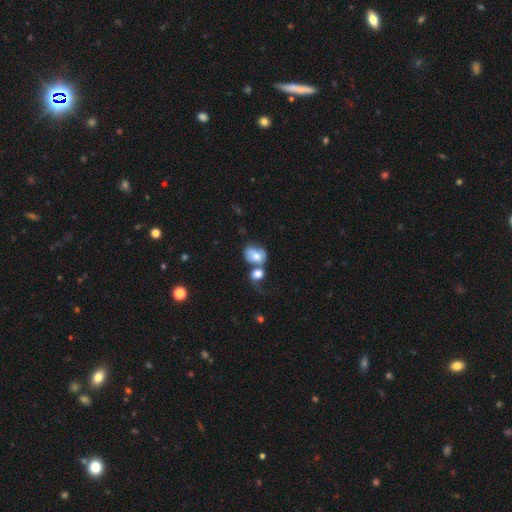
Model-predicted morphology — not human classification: Smooth or featured? smooth (67%)
How rounded? in between (55%)
Merging? merger (58%)